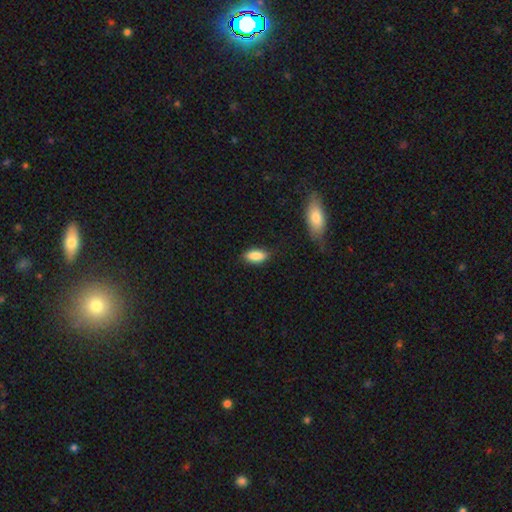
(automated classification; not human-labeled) A smooth galaxy with no disk features (87%) that is in between round and cigar-shaped (85%). Merging: none (80%).